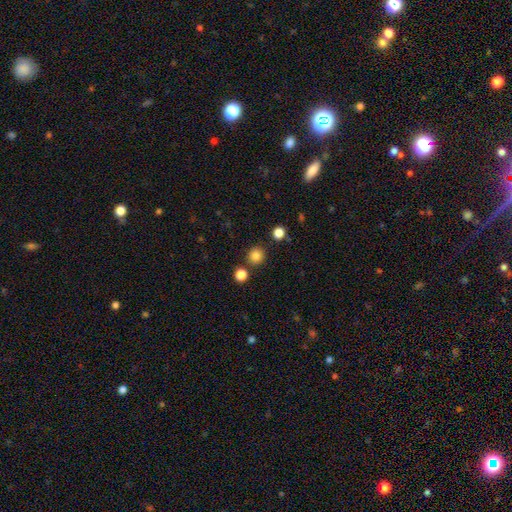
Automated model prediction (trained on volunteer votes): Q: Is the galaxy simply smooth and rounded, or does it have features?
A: smooth — 84%.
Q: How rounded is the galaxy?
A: round — 92%.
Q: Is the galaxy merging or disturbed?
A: none — 85%.